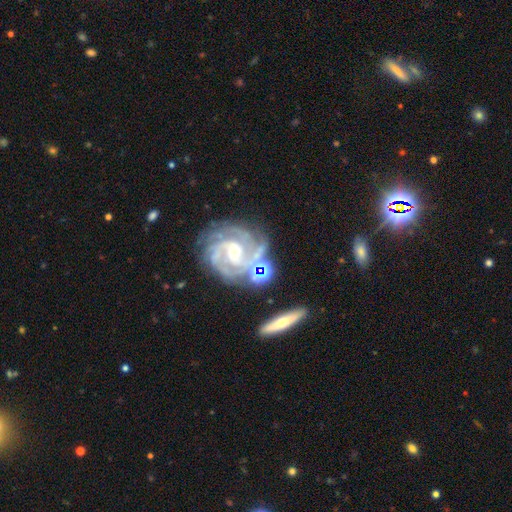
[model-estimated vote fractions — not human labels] The model was most divided on "spiral arm count": 3: 35%, 4: 27%, 2: 13%, can't tell: 13%, more than 4: 7%, 1: 5%. More confident: spiral arms — yes (98%); edge-on disk — no (97%); smooth or featured — featured or disk (89%); bulge size — small (64%); merging — none (64%); spiral winding — tight (63%); bar — no (55%).